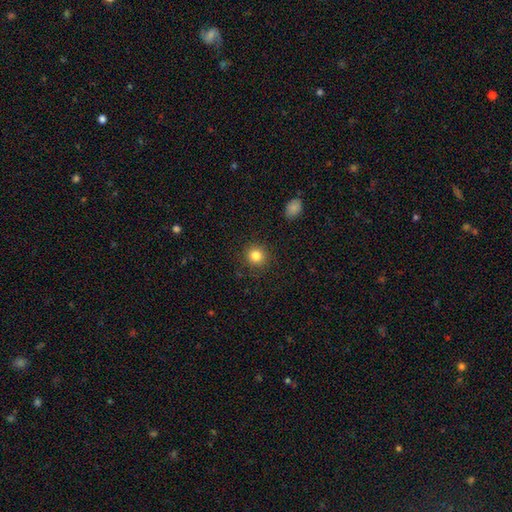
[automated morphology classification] type=smooth (83%); roundness=round (93%); merging=none (89%).